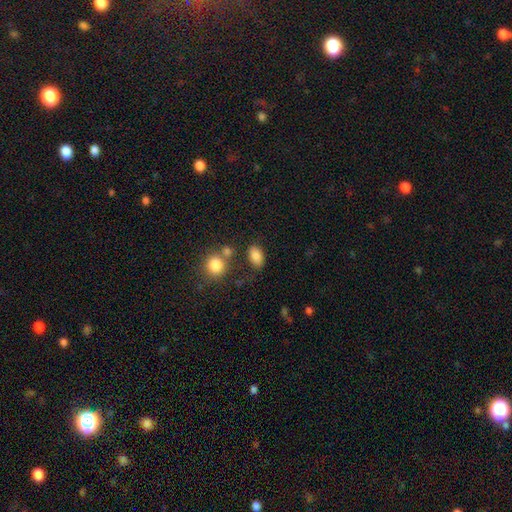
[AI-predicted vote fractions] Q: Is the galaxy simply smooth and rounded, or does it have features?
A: smooth — 85%.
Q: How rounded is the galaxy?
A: in between — 87%.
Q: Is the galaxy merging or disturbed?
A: none — 74%.